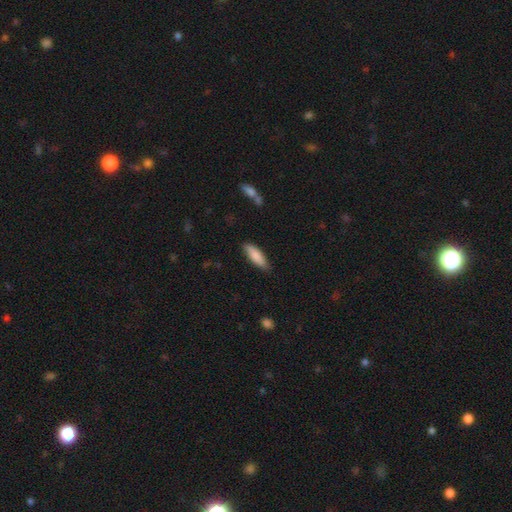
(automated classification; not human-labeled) smooth 85%, featured or disk 10%, star or artifact 6%. Down the decision tree: how rounded — in between (55%); merging — none (82%).